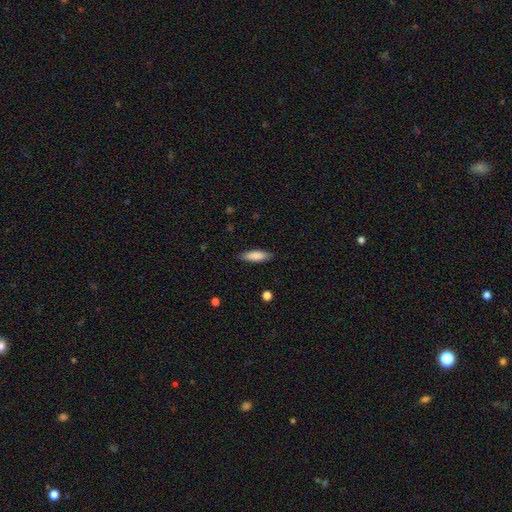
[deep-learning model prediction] A smooth galaxy with no disk features (85%) that is in between round and cigar-shaped (54%). Merging: none (84%).